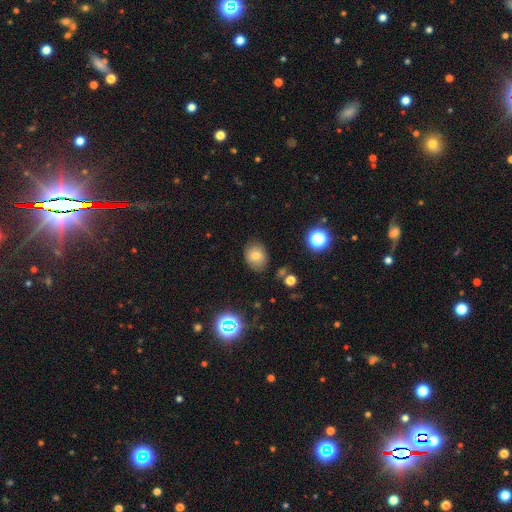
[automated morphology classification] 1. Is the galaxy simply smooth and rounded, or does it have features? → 74% smooth, 14% star or artifact, 12% featured or disk.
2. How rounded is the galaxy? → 58% round, 41% in between, 1% cigar-shaped.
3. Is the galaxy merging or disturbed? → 80% none, 14% minor disturbance, 3% major disturbance, 2% merger.